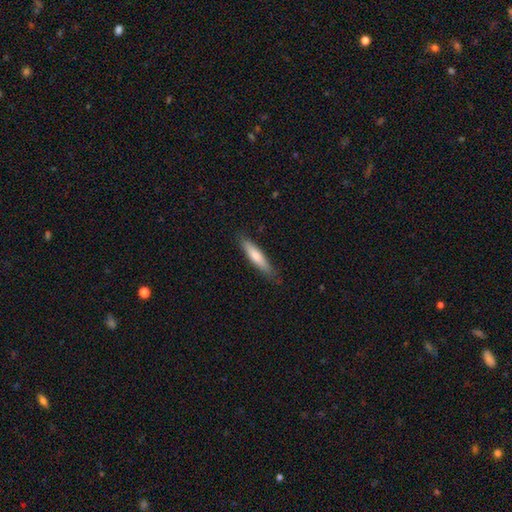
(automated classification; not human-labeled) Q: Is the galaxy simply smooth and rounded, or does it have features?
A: smooth — 70%.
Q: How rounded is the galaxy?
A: cigar-shaped — 84%.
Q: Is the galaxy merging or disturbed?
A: none — 83%.